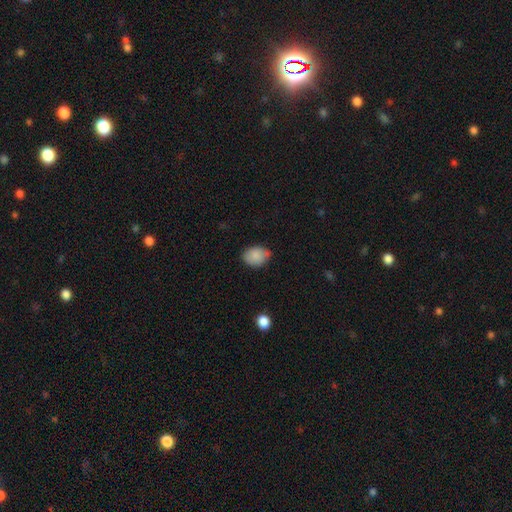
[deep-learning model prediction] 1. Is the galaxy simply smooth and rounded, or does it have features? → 86% smooth, 8% star or artifact, 7% featured or disk.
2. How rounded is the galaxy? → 72% in between, 27% round, 1% cigar-shaped.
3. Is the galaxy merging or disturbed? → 66% none, 28% minor disturbance, 4% major disturbance, 2% merger.